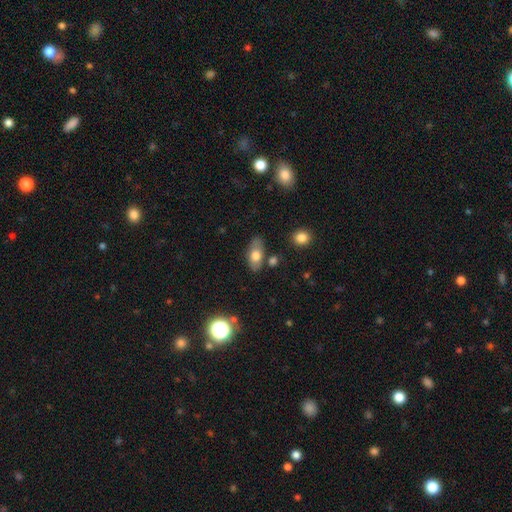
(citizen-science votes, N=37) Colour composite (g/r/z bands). It shows a smooth galaxy with no disk features (68%) that is in between round and cigar-shaped (92%). Merging: none (80%).